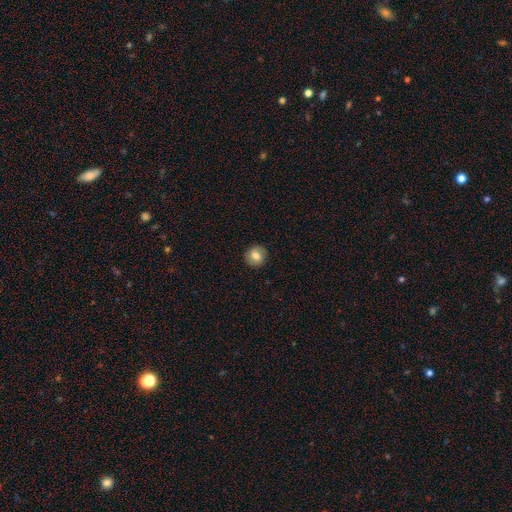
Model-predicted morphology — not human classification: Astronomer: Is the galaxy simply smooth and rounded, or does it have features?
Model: smooth — 75%.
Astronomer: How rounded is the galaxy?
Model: round — 90%.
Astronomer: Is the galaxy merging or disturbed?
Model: none — 90%.